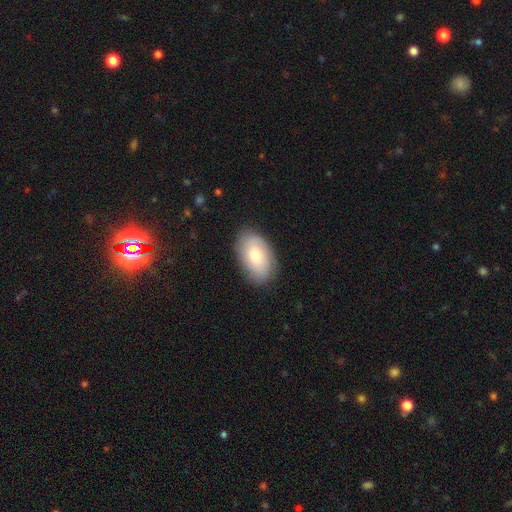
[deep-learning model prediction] Smooth or featured? smooth (78%)
How rounded? in between (94%)
Merging? none (83%)